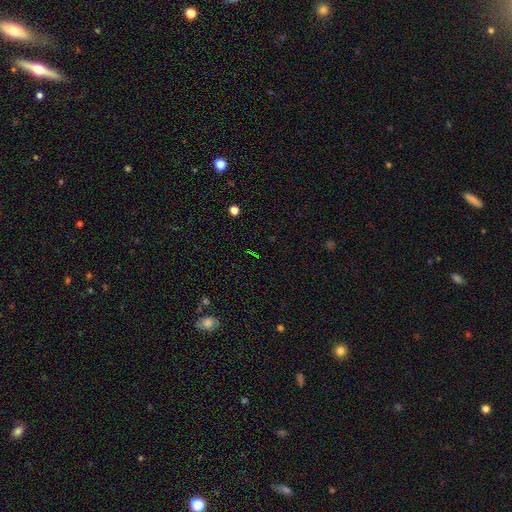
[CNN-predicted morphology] Smooth or featured? Predicted: star or artifact (p=0.73).